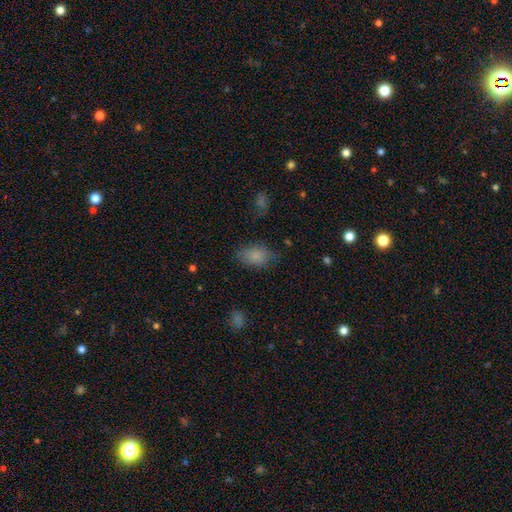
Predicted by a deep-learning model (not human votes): This is clearly a smooth galaxy (84%). How rounded: clearly in between (87%). Merging: likely none (72%).